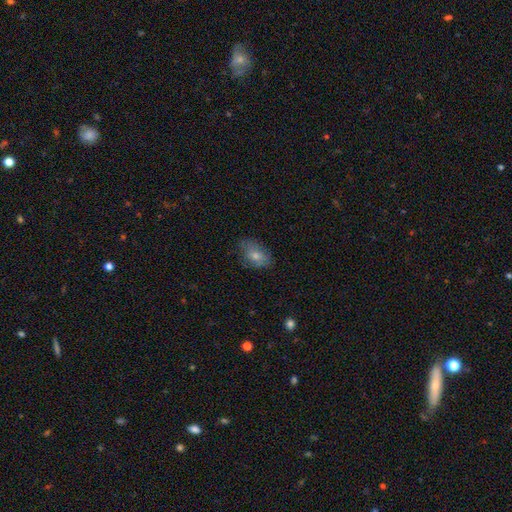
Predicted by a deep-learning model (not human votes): smooth 55%, featured or disk 31%, star or artifact 14%. Down the decision tree: how rounded — in between (82%); merging — none (72%).